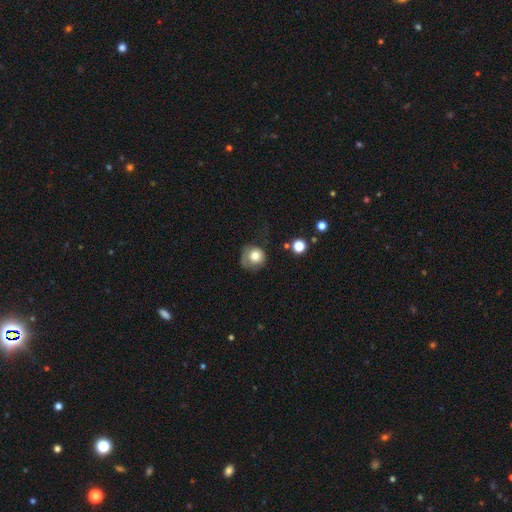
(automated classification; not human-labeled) Smooth or featured?
  - smooth: 74% *
  - featured or disk: 17%
  - star or artifact: 9%
How rounded?
  - round: 85% *
  - in between: 14%
  - cigar-shaped: 1%
Merging?
  - none: 48% *
  - minor disturbance: 29%
  - major disturbance: 20%
  - merger: 3%